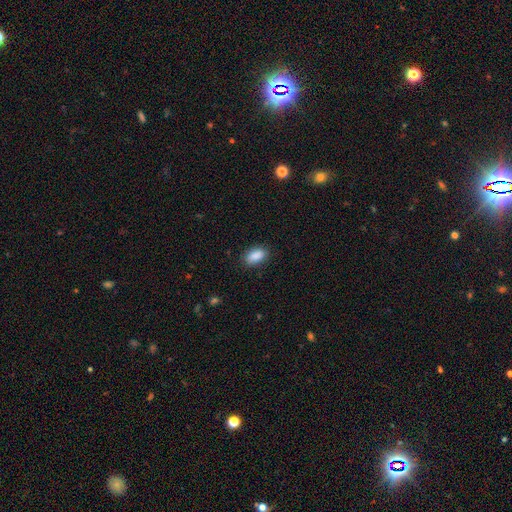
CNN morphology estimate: Smooth or featured? smooth (89%)
How rounded? in between (91%)
Merging? none (85%)